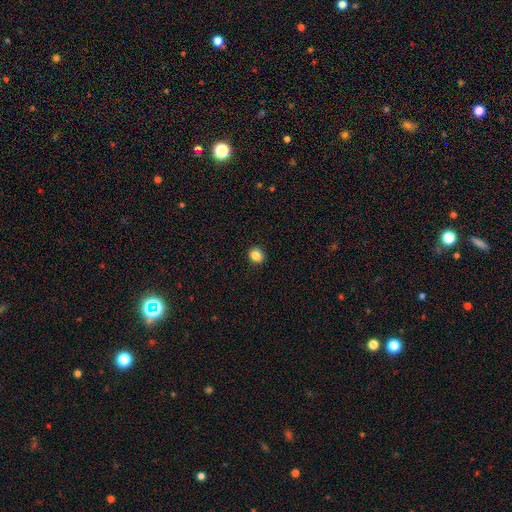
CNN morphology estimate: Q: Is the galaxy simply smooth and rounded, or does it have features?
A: smooth — 85%.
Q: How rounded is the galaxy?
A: round — 76%.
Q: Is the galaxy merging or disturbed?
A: none — 91%.